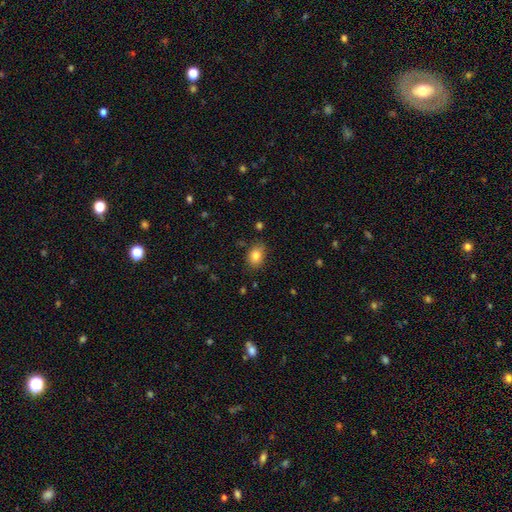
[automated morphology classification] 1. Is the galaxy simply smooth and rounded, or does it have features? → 83% smooth, 10% star or artifact, 8% featured or disk.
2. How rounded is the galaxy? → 68% in between, 30% round, 1% cigar-shaped.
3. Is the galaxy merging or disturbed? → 80% none, 16% minor disturbance, 3% major disturbance, 2% merger.